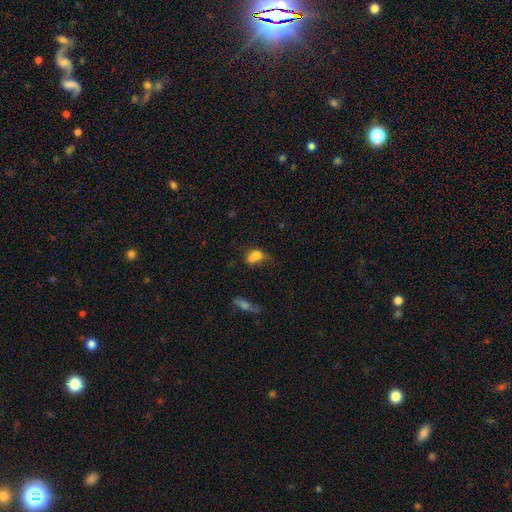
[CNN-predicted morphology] The model was most divided on "merging": merger: 35%, none: 28%, minor disturbance: 21%, major disturbance: 17%. More confident: smooth or featured — smooth (71%); how rounded — in between (66%).